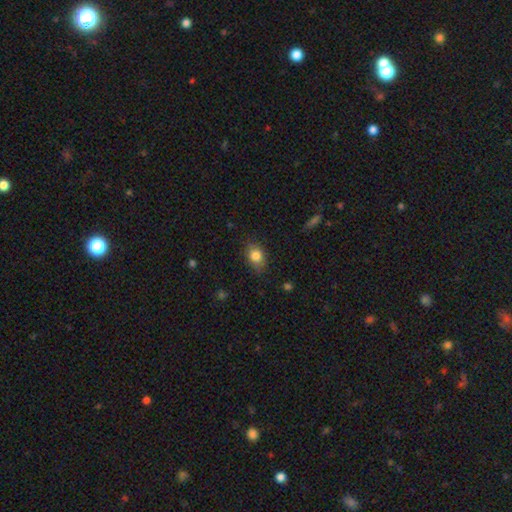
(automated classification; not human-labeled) smooth 83%, star or artifact 9%, featured or disk 8%. Down the decision tree: how rounded — in between (64%); merging — none (78%).